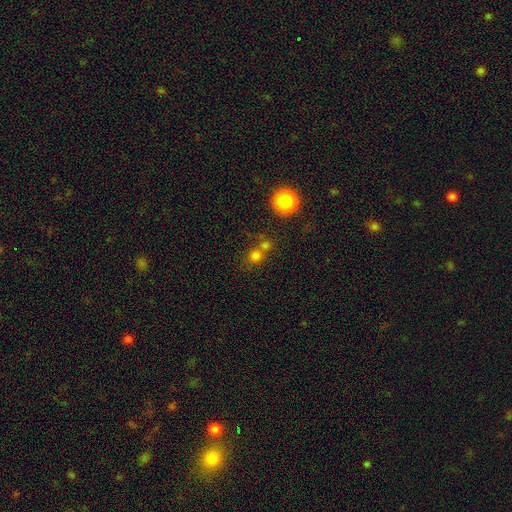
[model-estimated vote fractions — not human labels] Smooth or featured?
  - smooth: 70% *
  - star or artifact: 22%
  - featured or disk: 9%
How rounded?
  - round: 83% *
  - in between: 16%
  - cigar-shaped: 1%
Merging?
  - none: 48% *
  - merger: 39%
  - minor disturbance: 8%
  - major disturbance: 5%